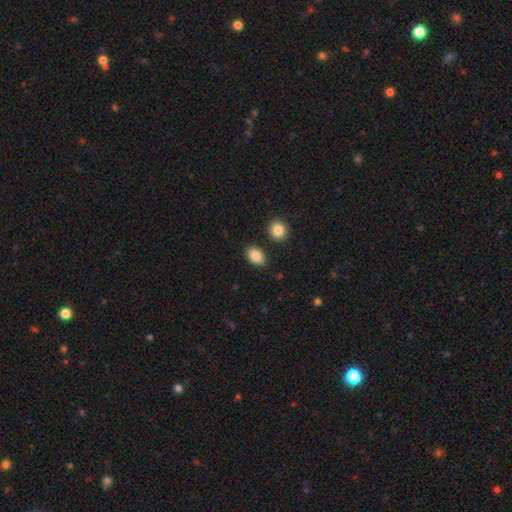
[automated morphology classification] Smooth or featured? smooth (87%)
How rounded? in between (86%)
Merging? none (85%)